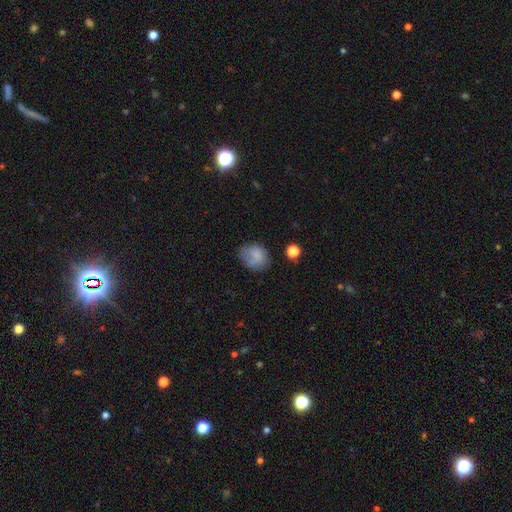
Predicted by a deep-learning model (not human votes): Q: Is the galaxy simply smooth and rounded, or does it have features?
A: smooth — 78%.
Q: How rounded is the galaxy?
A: round — 51%.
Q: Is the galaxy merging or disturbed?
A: none — 57%.